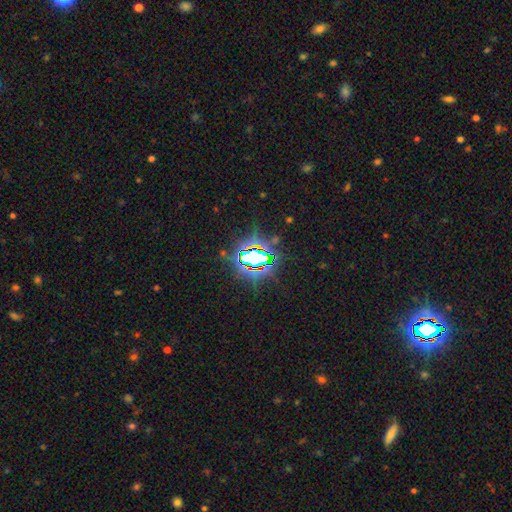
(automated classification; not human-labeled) smooth_or_featured: star or artifact (p=0.75) [alt: smooth p=0.14]